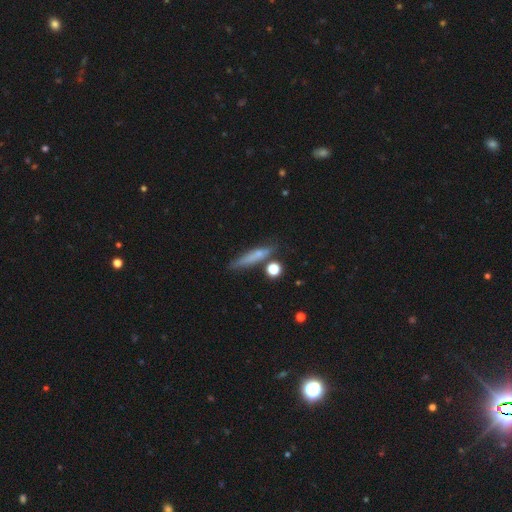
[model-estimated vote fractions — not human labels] smooth-or-featured: smooth: 62% | featured or disk: 28% | star or artifact: 10%
  how-rounded: cigar-shaped: 84% | in between: 11% | round: 4%
  merging: none: 72% | minor disturbance: 17% | merger: 7% | major disturbance: 5%